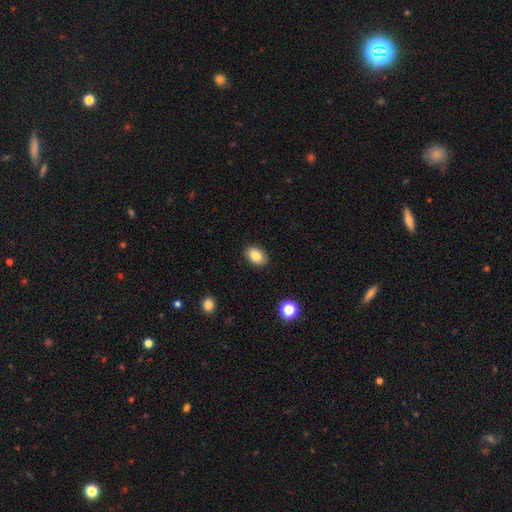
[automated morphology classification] The model was most divided on "how rounded": in between: 84%, round: 14%, cigar-shaped: 1%. More confident: merging — none (89%); smooth or featured — smooth (83%).